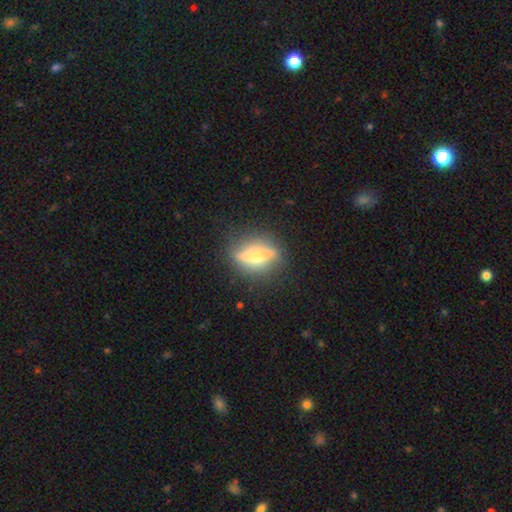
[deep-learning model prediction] smooth-or-featured: featured or disk: 69% | smooth: 24% | star or artifact: 8%
  disk-edge-on: yes: 75% | no: 25%
    edge-on-bulge: rounded: 89% | boxy: 6% | none: 5%
  merging: none: 80% | minor disturbance: 12% | major disturbance: 6% | merger: 2%